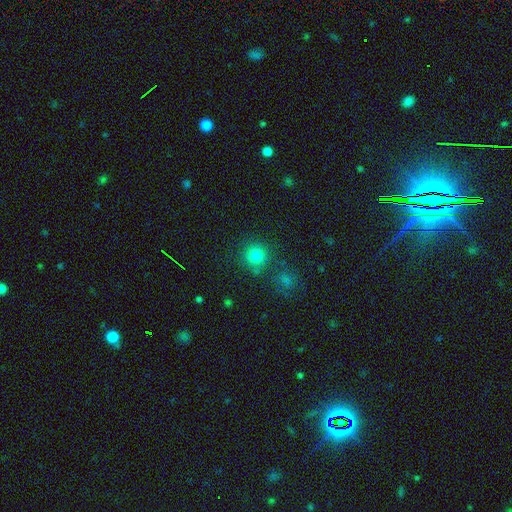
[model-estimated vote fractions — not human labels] Smooth or featured: smooth — 81% (star or artifact — 14%)
How rounded: round — 91% (in between — 8%)
Merging: none — 78% (merger — 9%)